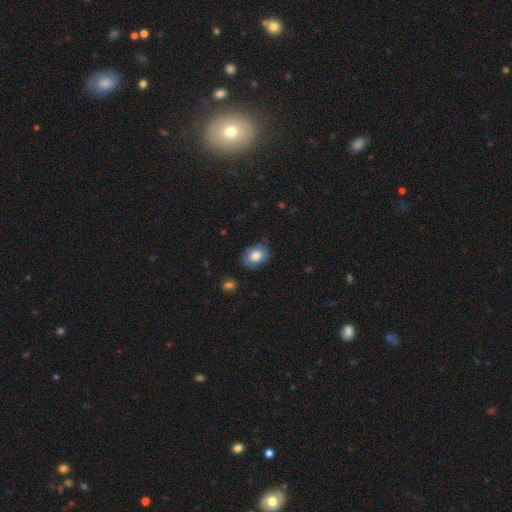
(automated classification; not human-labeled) Smooth or featured? smooth (80%)
How rounded? in between (60%)
Merging? none (70%)